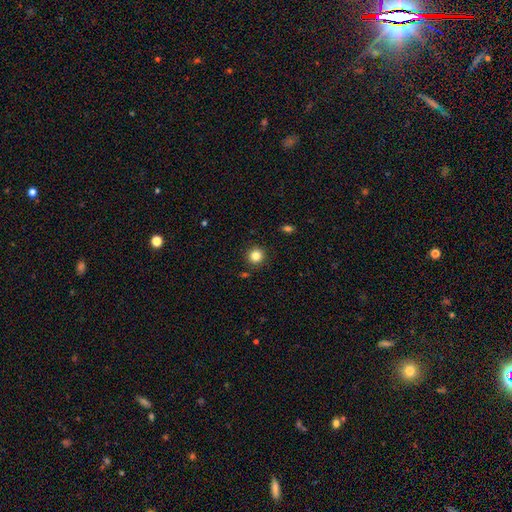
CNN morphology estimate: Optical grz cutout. It shows a smooth galaxy with no disk features (84%) that is round (93%). Merging: none (90%).